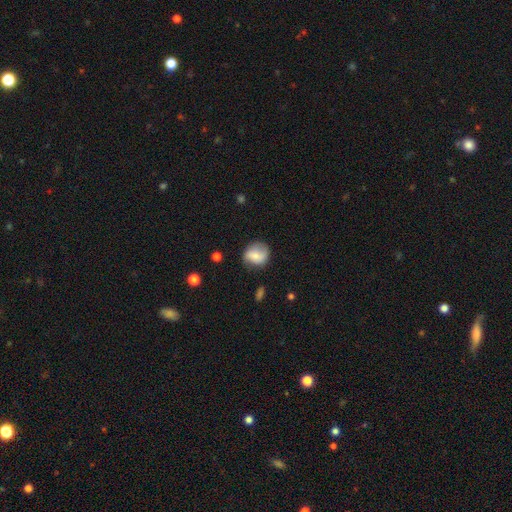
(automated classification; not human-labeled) Smooth or featured? smooth (60%)
How rounded? round (76%)
Merging? none (67%)